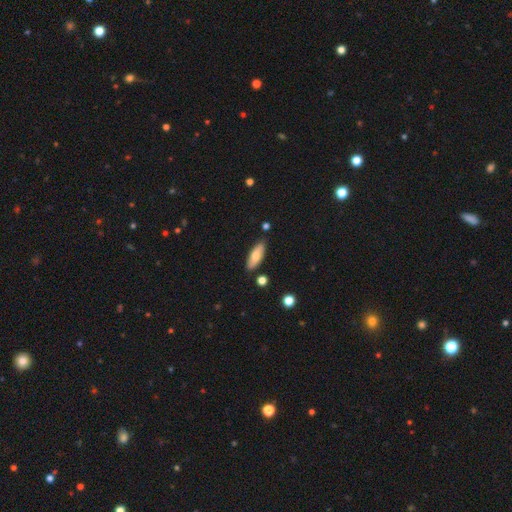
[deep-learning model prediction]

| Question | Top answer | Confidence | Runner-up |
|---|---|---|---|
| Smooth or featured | smooth | 71% | featured or disk (23%) |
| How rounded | in between | 66% | cigar-shaped (31%) |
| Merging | none | 85% | minor disturbance (10%) |